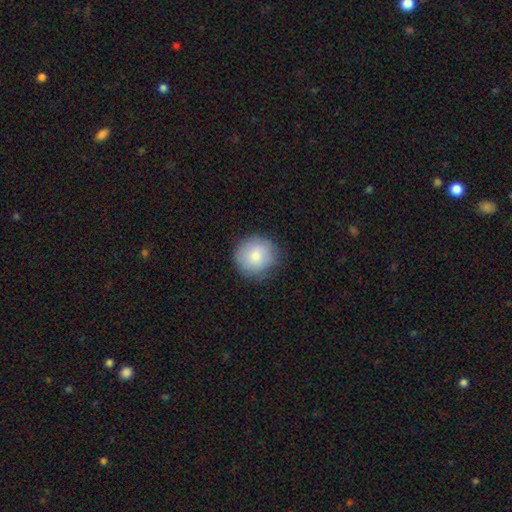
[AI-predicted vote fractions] Smooth or featured? Predicted: smooth (p=0.83). How rounded? Predicted: round (p=0.91). Merging? Predicted: none (p=0.83).